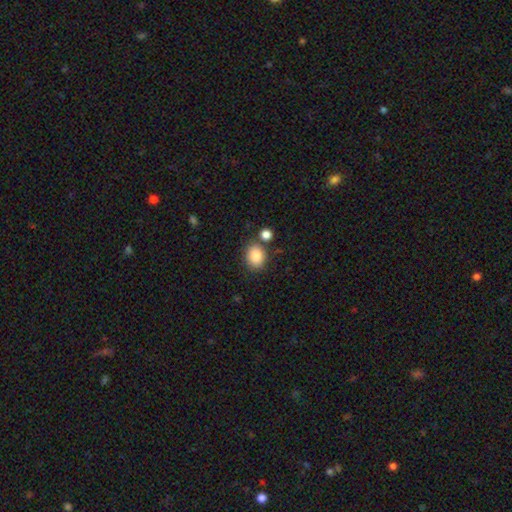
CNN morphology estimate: The model was most divided on "how rounded": round: 52%, in between: 47%, cigar-shaped: 1%. More confident: smooth or featured — smooth (85%); merging — none (75%).